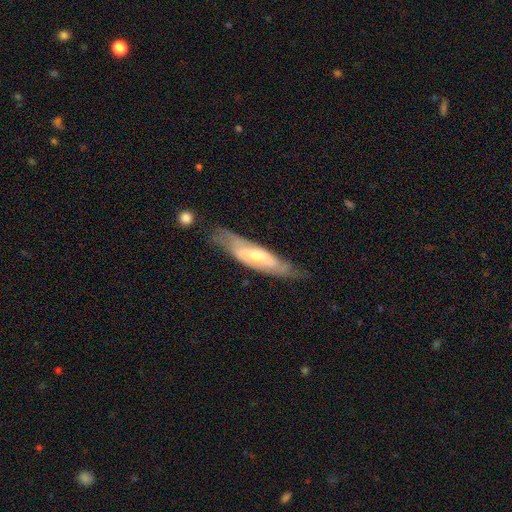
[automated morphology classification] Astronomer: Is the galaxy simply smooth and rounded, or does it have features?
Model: featured or disk — 64%.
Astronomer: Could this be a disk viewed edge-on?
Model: no — 63%.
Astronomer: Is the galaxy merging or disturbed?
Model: none — 67%.